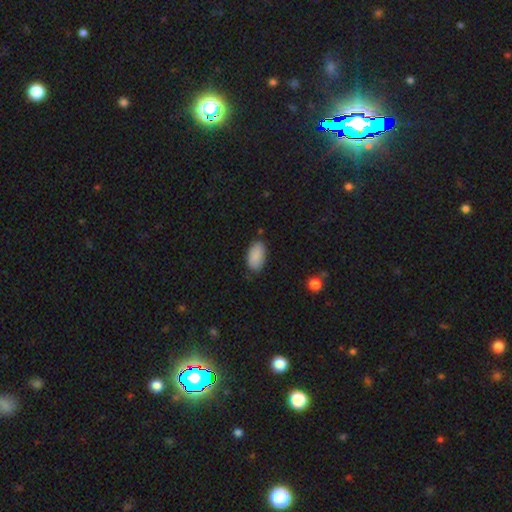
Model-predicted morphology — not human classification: smooth_or_featured: smooth (p=0.89) [alt: star or artifact p=0.06]
how_rounded: in between (p=0.94) [alt: round p=0.04]
merging: none (p=0.77) [alt: minor disturbance p=0.18]